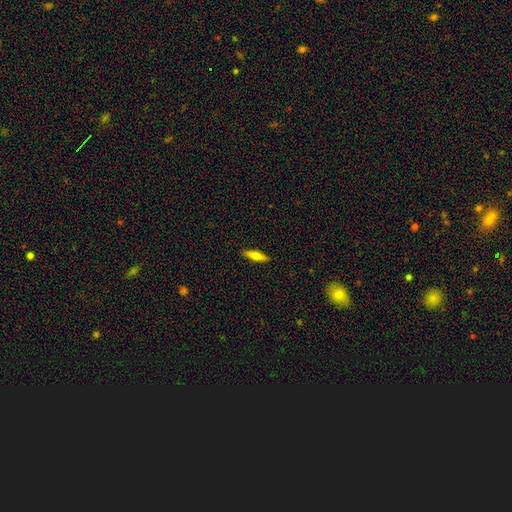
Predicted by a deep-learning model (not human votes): Morphology: type=smooth (63%); roundness=cigar-shaped (71%); merging=none (90%).